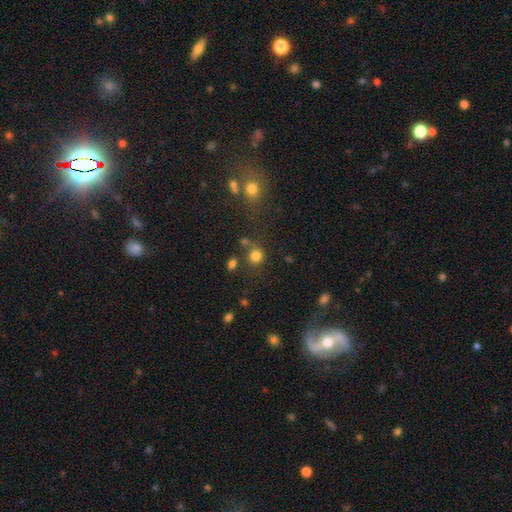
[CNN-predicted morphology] This is likely a smooth galaxy (80%). How rounded: clearly round (86%). Merging: likely none (65%).